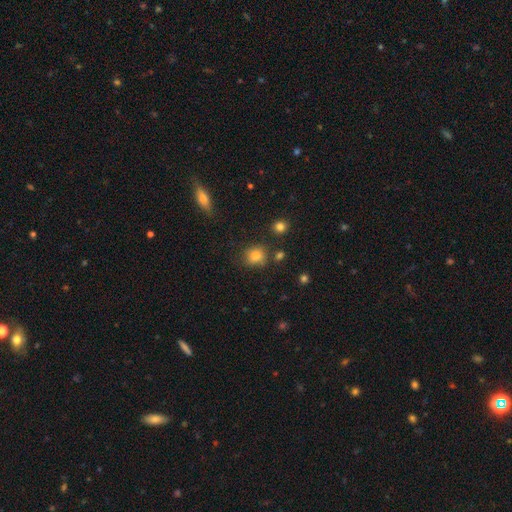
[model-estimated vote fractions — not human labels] Smooth or featured?
  - smooth: 80% *
  - star or artifact: 12%
  - featured or disk: 7%
How rounded?
  - round: 77% *
  - in between: 22%
  - cigar-shaped: 1%
Merging?
  - none: 73% *
  - minor disturbance: 16%
  - merger: 6%
  - major disturbance: 5%